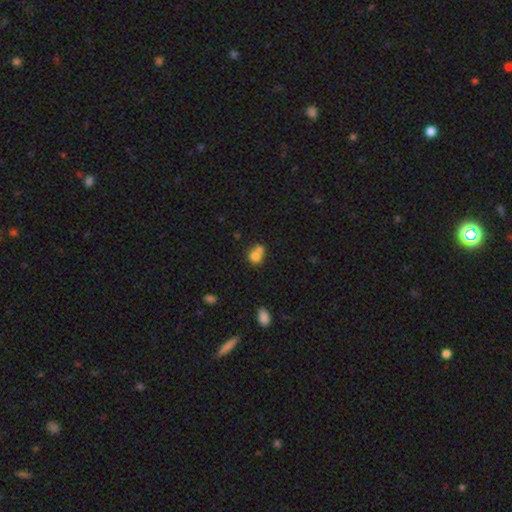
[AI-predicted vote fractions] smooth_or_featured: smooth (p=0.75) [alt: featured or disk p=0.14]
how_rounded: round (p=0.72) [alt: in between p=0.27]
merging: merger (p=0.57) [alt: none p=0.32]